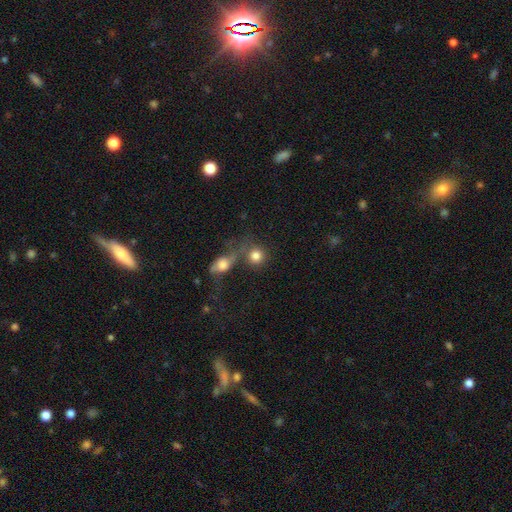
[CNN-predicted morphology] This is likely a smooth galaxy (80%). How rounded: clearly round (87%). Merging: possibly none (48%).